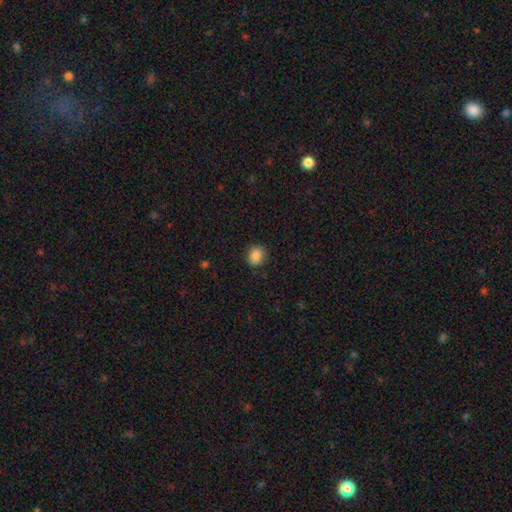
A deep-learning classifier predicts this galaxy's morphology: smooth 87%, star or artifact 9%, featured or disk 4%. Down the decision tree: how rounded — round (58%); merging — none (87%).